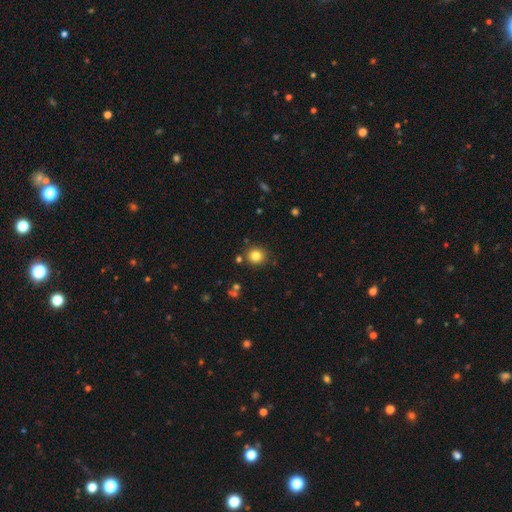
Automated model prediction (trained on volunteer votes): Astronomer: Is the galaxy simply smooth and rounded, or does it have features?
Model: smooth — 82%.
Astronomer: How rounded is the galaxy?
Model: round — 88%.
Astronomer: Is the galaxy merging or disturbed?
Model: none — 85%.